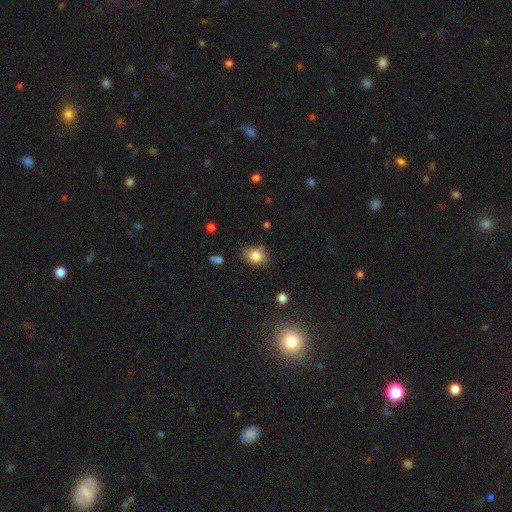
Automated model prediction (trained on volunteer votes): Morphology: type=smooth (82%); roundness=in between (57%); merging=none (76%).